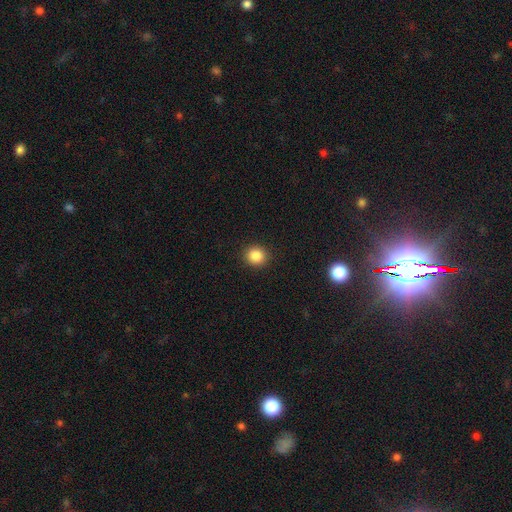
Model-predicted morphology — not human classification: Overall: smooth (85%). How rounded: round (87%). Merging: none (92%).